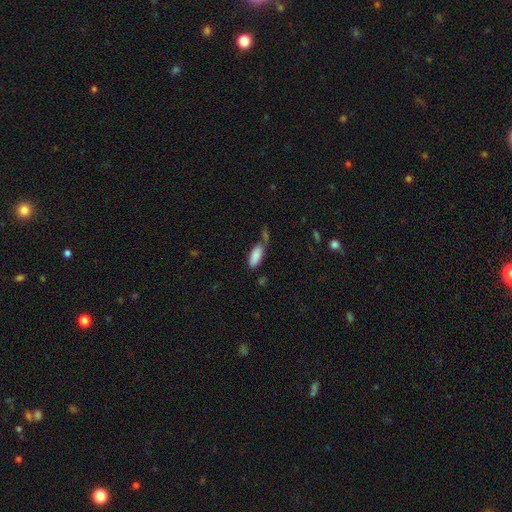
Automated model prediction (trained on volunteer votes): Morphology: type=smooth (86%); roundness=in between (81%); merging=none (47%).